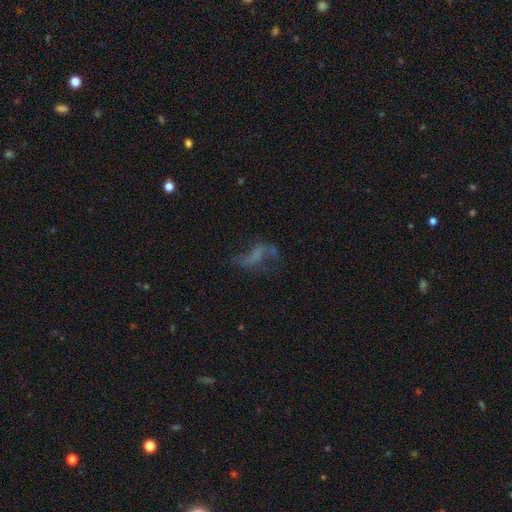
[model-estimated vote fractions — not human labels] This is possibly a featured or disk galaxy (54%). It is clearly not viewed edge-on (94%). Bar: likely no (62%). Spiral arm pattern: possibly no (51%). Central bulge: likely none (75%). Merging: marginally none (41%).